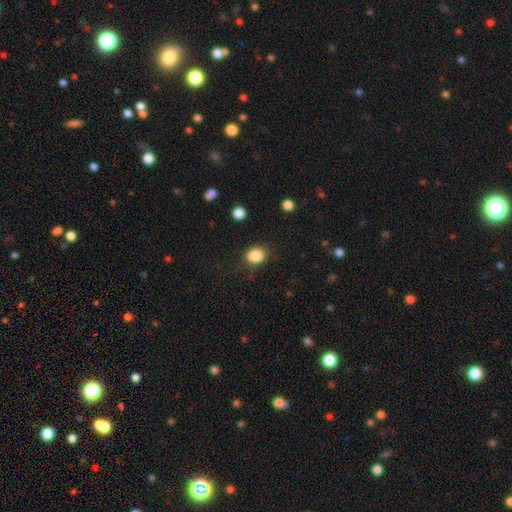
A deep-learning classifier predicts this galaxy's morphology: Smooth or featured? smooth (86%)
How rounded? round (60%)
Merging? none (76%)